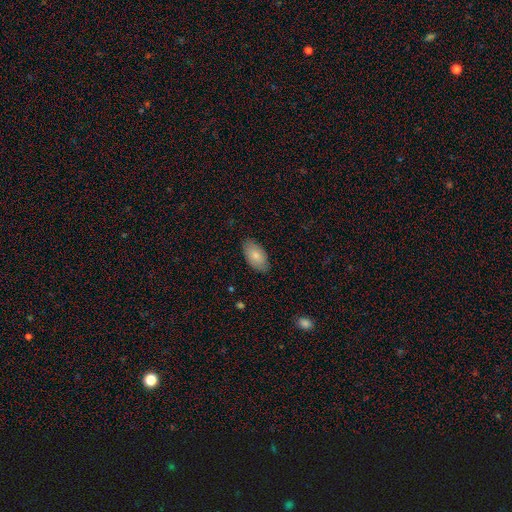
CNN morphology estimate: Smooth or featured? smooth (81%)
How rounded? in between (95%)
Merging? none (84%)